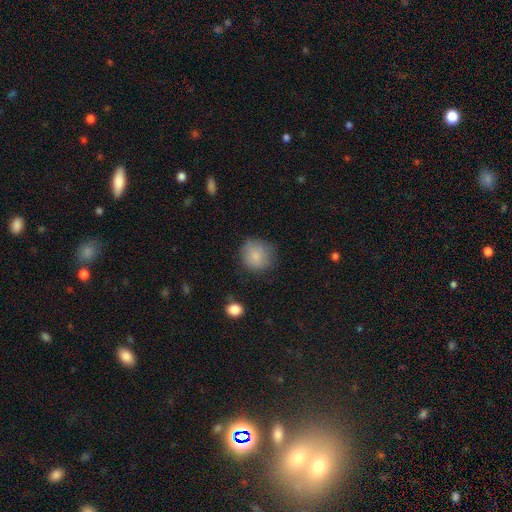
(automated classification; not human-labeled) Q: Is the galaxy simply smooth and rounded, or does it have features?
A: smooth — 83%.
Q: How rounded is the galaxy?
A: round — 89%.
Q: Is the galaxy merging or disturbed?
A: none — 73%.